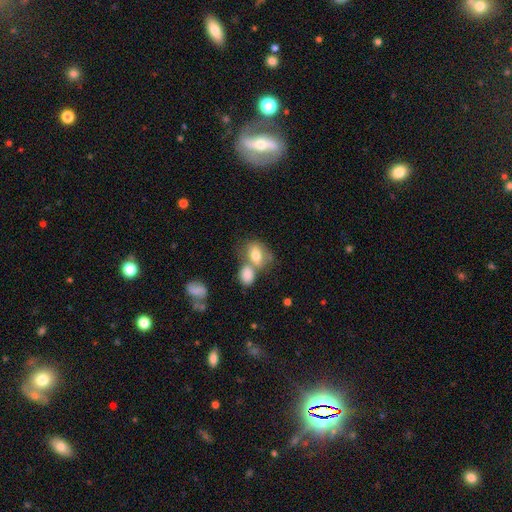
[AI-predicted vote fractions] A smooth galaxy with no disk features (72%) that is in between round and cigar-shaped (77%). Merging: merger (51%).